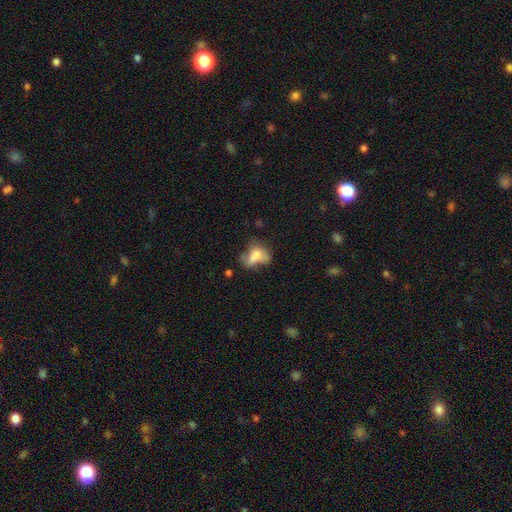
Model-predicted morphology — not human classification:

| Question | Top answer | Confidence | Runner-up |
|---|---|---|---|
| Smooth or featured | smooth | 61% | featured or disk (27%) |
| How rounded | in between | 76% | round (22%) |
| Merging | none | 27% | major disturbance (26%) |